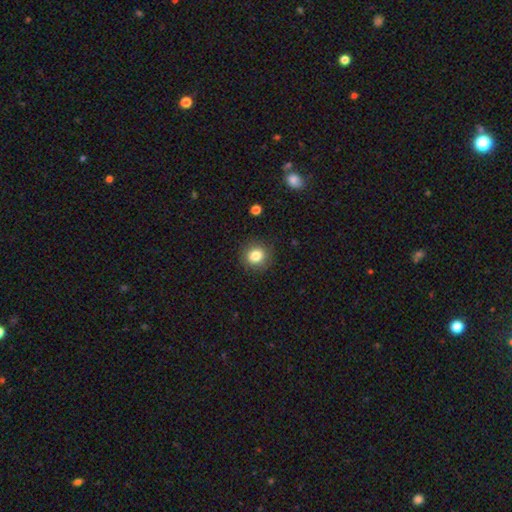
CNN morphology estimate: Q: Smooth or featured?
A: smooth (83%); runner-up: star or artifact (11%)
Q: How rounded?
A: round (88%); runner-up: in between (11%)
Q: Merging?
A: none (88%); runner-up: minor disturbance (8%)